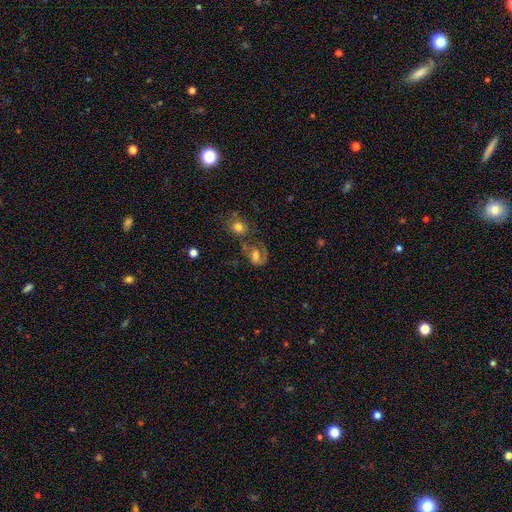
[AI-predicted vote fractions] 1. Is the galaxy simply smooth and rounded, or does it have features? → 57% featured or disk, 33% smooth, 10% star or artifact.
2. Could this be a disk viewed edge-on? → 97% no, 3% yes.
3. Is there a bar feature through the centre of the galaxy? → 58% no, 34% weak, 9% strong.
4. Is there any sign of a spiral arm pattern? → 80% yes, 20% no.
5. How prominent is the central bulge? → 59% moderate, 20% small, 14% large, 6% none, 2% dominant.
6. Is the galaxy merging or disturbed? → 36% none, 24% merger, 22% major disturbance, 18% minor disturbance.